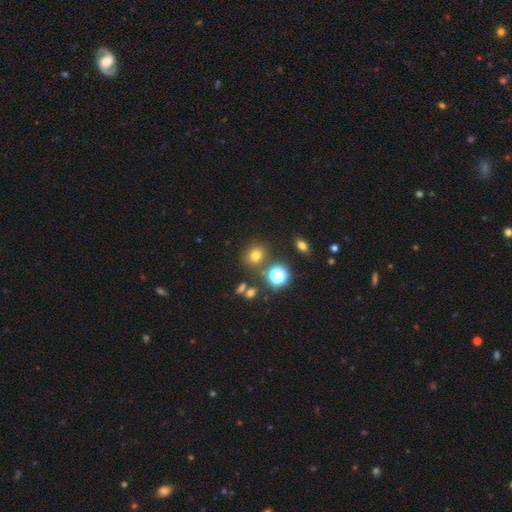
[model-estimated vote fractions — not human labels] A smooth galaxy with no disk features (69%) that is round (79%). Merging: none (78%).